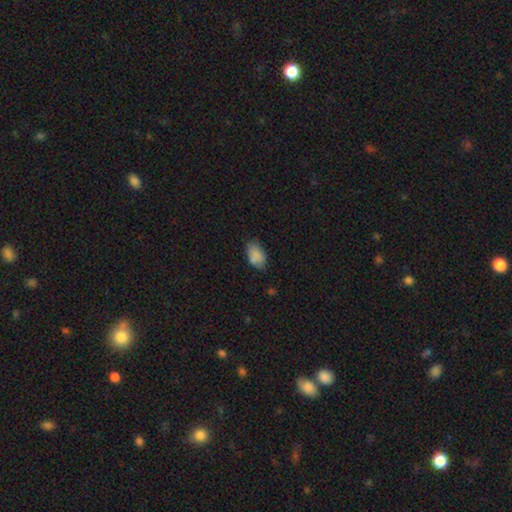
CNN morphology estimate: Smooth or featured: smooth — 83% (star or artifact — 9%)
How rounded: in between — 91% (round — 8%)
Merging: none — 68% (minor disturbance — 23%)